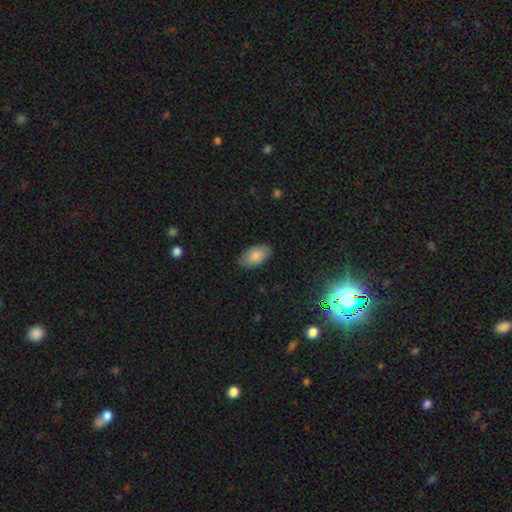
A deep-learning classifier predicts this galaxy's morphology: Smooth or featured: smooth — 84% (featured or disk — 10%)
How rounded: in between — 95% (round — 3%)
Merging: none — 85% (minor disturbance — 11%)